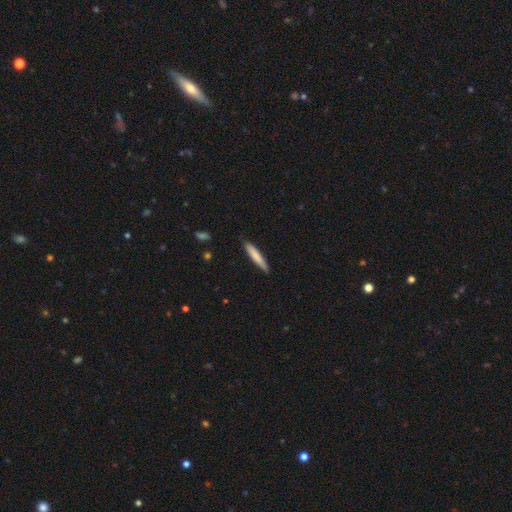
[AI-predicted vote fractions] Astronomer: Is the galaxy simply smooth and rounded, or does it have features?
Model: smooth — 78%.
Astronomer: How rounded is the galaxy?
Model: cigar-shaped — 92%.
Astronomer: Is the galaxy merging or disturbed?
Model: none — 83%.